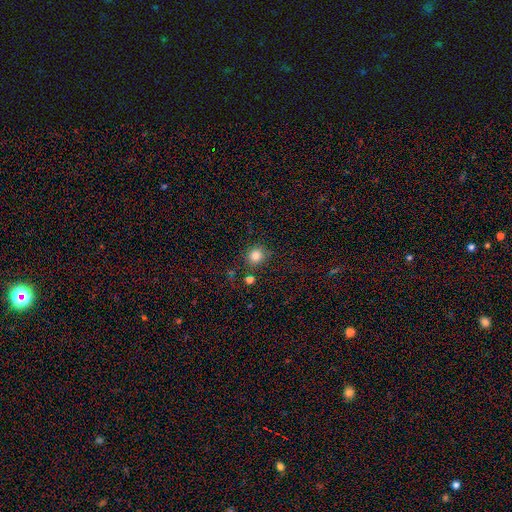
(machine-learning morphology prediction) type=smooth (82%); roundness=round (87%); merging=none (81%).